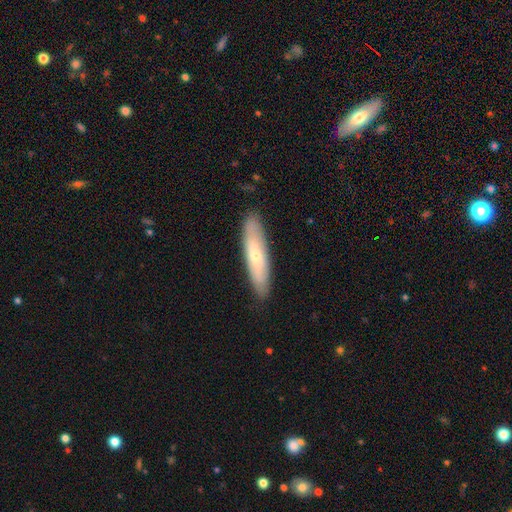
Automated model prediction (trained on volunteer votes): Q: Smooth or featured?
A: smooth (52%); runner-up: featured or disk (42%)
Q: How rounded?
A: cigar-shaped (75%); runner-up: in between (24%)
Q: Merging?
A: none (87%); runner-up: minor disturbance (10%)